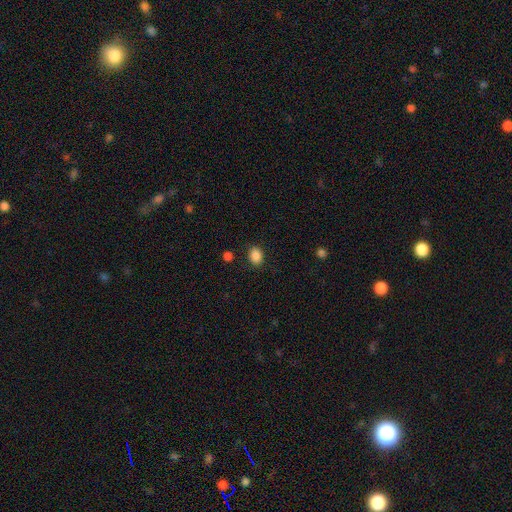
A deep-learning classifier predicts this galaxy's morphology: Overall: smooth (87%). How rounded: in between (64%; round 35%). Merging: none (85%).